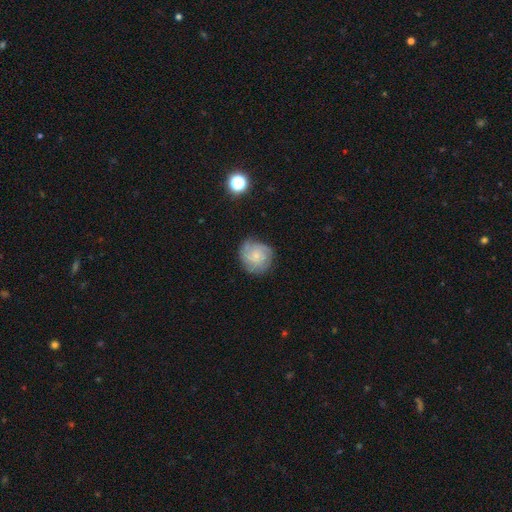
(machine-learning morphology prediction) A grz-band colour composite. It shows a featured or disk galaxy (58%) with no bar (79%), tight (61%) spiral arms (89%) and a small central bulge (66%). Merging: none (71%).